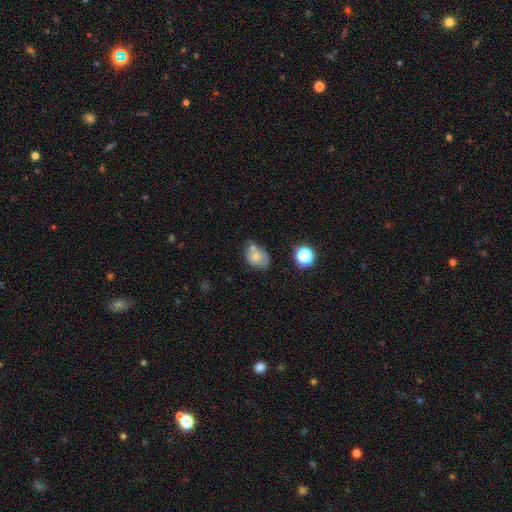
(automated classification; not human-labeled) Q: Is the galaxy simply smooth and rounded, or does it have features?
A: smooth — 67%.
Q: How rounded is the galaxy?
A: in between — 69%.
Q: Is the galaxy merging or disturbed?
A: none — 43%.